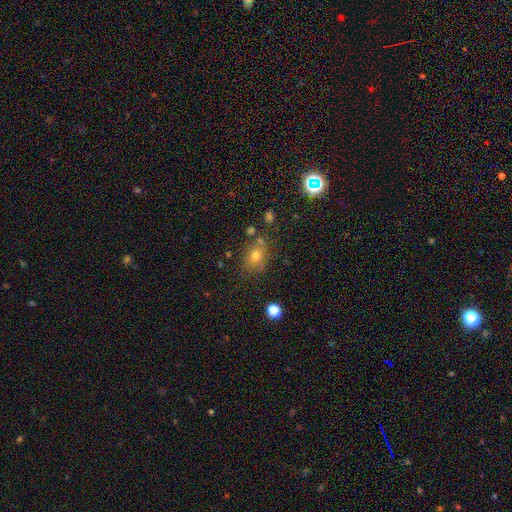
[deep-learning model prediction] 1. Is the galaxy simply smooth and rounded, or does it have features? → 67% smooth, 21% star or artifact, 13% featured or disk.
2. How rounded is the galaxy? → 54% round, 45% in between, 2% cigar-shaped.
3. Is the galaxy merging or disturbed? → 69% none, 15% minor disturbance, 10% merger, 5% major disturbance.